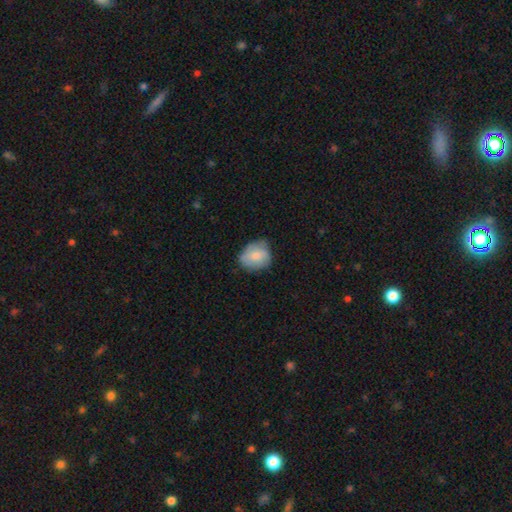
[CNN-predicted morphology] smooth 70%, featured or disk 23%, star or artifact 7%. Down the decision tree: how rounded — round (64%); merging — none (60%).